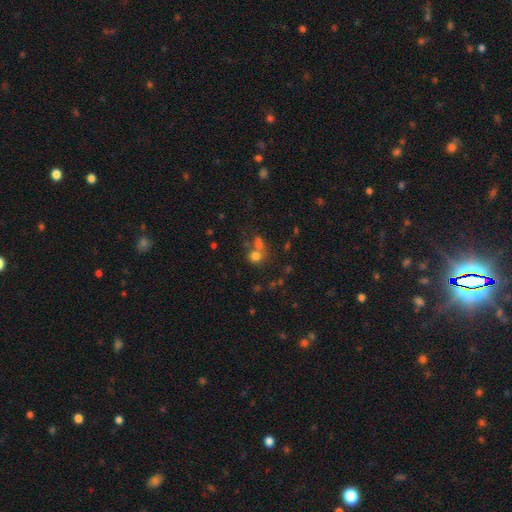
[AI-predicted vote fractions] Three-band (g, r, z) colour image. It shows a smooth galaxy with no disk features (70%) that is round (75%). Merging: none (43%, tied with merger).